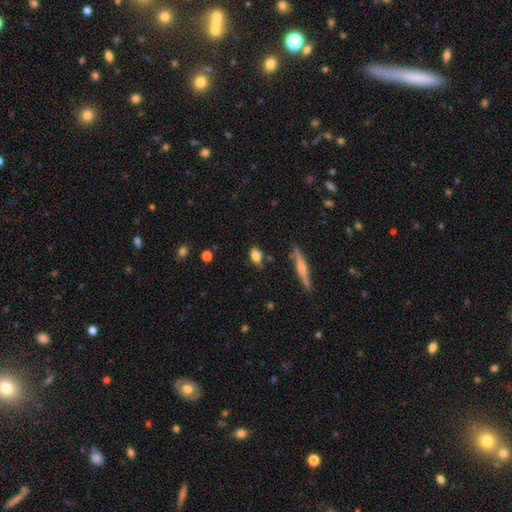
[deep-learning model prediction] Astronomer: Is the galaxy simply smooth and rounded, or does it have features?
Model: smooth — 78%.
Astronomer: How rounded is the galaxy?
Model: in between — 74%.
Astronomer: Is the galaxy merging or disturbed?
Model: none — 64%.